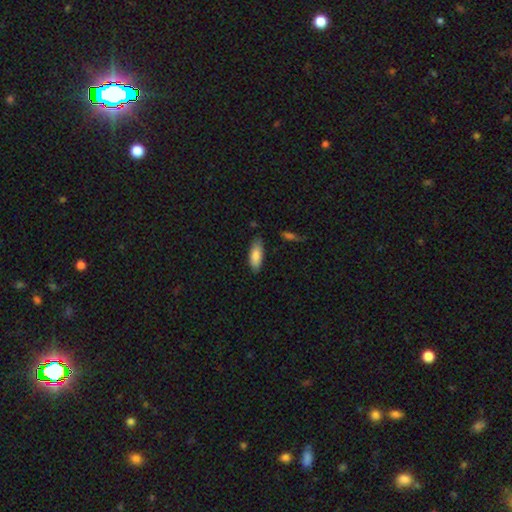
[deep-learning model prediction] Smooth or featured?
  - smooth: 83% *
  - featured or disk: 11%
  - star or artifact: 6%
How rounded?
  - in between: 73% *
  - cigar-shaped: 25%
  - round: 2%
Merging?
  - none: 79% *
  - minor disturbance: 16%
  - major disturbance: 3%
  - merger: 2%